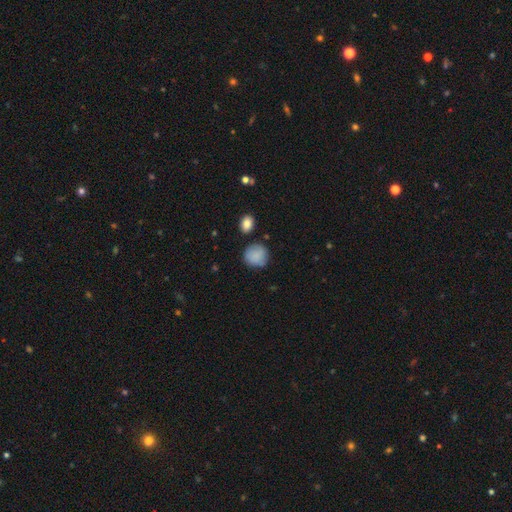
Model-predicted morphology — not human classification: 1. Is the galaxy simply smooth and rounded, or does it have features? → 86% smooth, 8% star or artifact, 7% featured or disk.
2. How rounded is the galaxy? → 87% round, 12% in between, 1% cigar-shaped.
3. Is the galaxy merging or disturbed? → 77% none, 16% minor disturbance, 4% major disturbance, 3% merger.